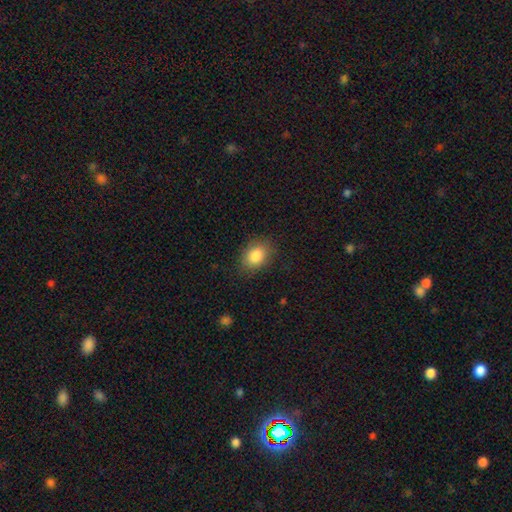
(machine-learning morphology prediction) This is clearly a smooth galaxy (85%). How rounded: likely in between (73%). Merging: clearly none (83%).